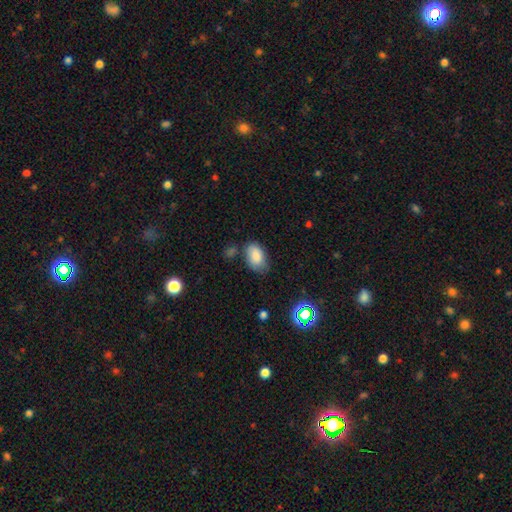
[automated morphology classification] Smooth or featured? smooth (85%)
How rounded? in between (92%)
Merging? none (65%)